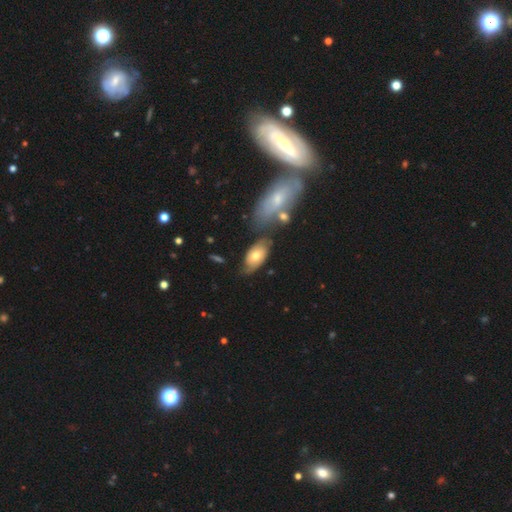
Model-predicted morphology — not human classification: This appears to be a smooth galaxy with no disk features (56%) that is in between round and cigar-shaped (91%). Merging: none (55%).